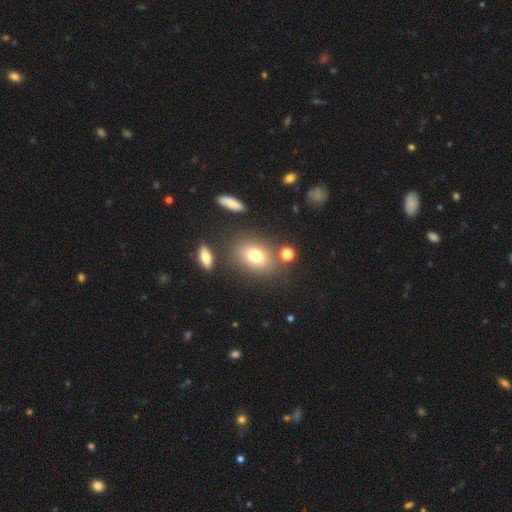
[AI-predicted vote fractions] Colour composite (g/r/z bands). It shows a smooth galaxy with no disk features (75%) that is in between round and cigar-shaped (71%). Merging: none (73%).